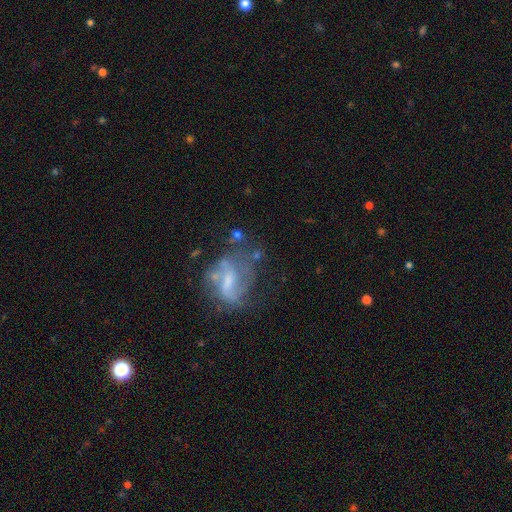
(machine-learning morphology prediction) smooth_or_featured: featured or disk (p=0.65) [alt: smooth p=0.23]
disk_edge_on: no (p=0.97) [alt: yes p=0.03]
bar: weak (p=0.45) [alt: no p=0.35]
has_spiral_arms: yes (p=0.61) [alt: no p=0.39]
bulge_size: small (p=0.34) [alt: moderate p=0.32]
merging: none (p=0.38) [alt: major disturbance p=0.29]